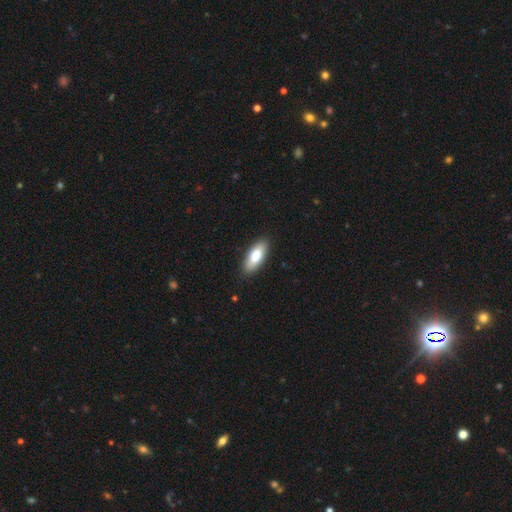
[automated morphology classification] smooth-or-featured: smooth: 78% | featured or disk: 16% | star or artifact: 6%
  how-rounded: in between: 78% | cigar-shaped: 20% | round: 2%
  merging: none: 89% | minor disturbance: 9% | major disturbance: 2% | merger: 1%